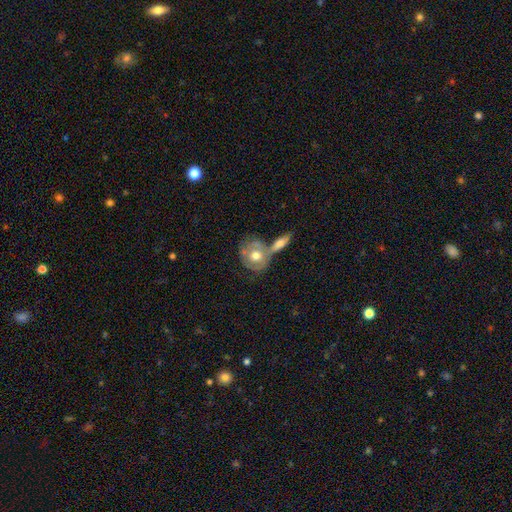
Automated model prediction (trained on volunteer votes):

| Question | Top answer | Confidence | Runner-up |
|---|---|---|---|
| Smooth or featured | featured or disk | 52% | smooth (43%) |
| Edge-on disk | no | 90% | yes (10%) |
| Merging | merger | 42% | none (36%) |